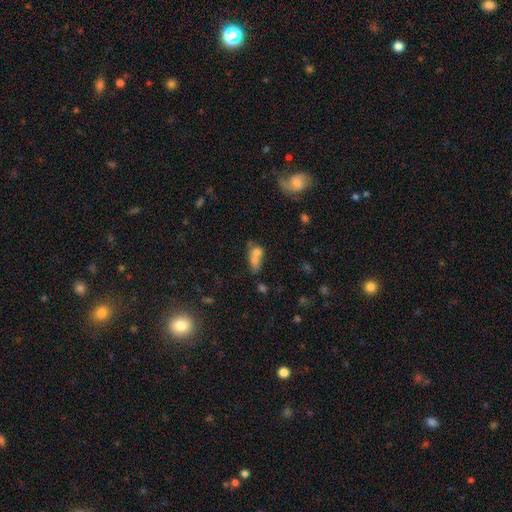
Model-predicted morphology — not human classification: Smooth or featured? smooth (66%)
How rounded? in between (61%)
Merging? merger (64%)